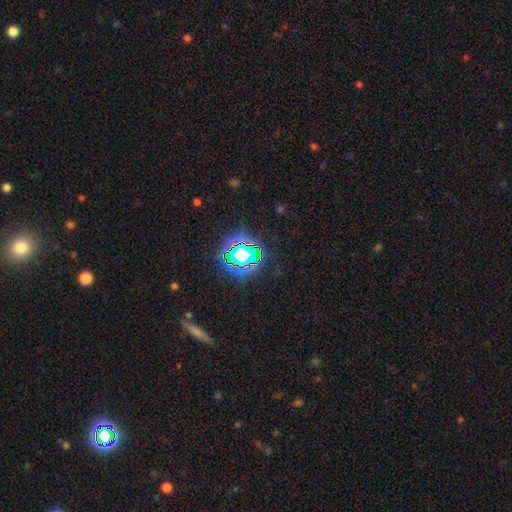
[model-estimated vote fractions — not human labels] Smooth or featured?
  - star or artifact: 78% *
  - smooth: 13%
  - featured or disk: 8%